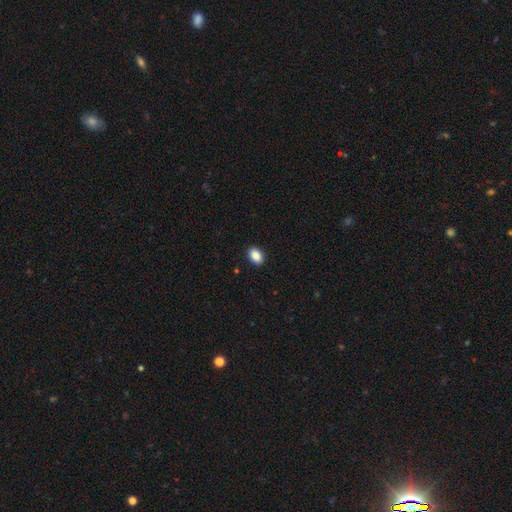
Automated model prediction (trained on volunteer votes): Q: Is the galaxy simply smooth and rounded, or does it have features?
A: smooth — 89%.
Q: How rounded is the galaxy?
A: in between — 85%.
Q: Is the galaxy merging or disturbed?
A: none — 91%.